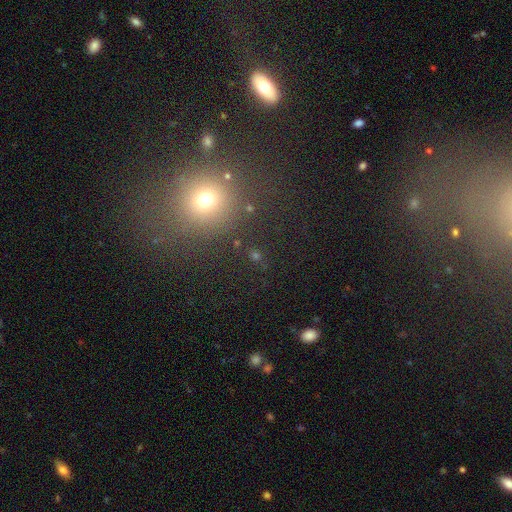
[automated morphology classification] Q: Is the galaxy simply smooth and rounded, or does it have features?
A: smooth — 48%.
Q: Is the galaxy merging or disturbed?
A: none — 81%.